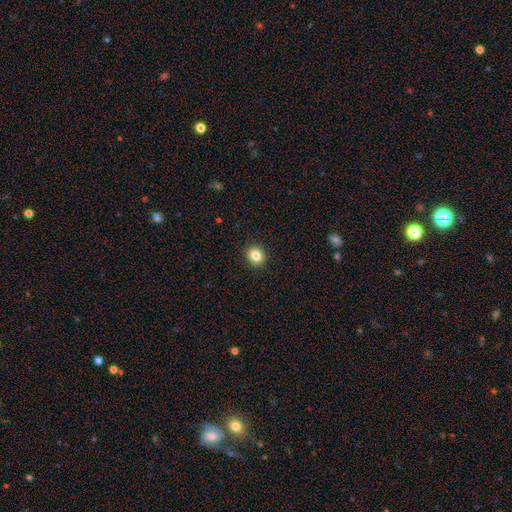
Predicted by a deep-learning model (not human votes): Smooth or featured: smooth — 84% (star or artifact — 10%)
How rounded: round — 71% (in between — 28%)
Merging: none — 91% (minor disturbance — 6%)